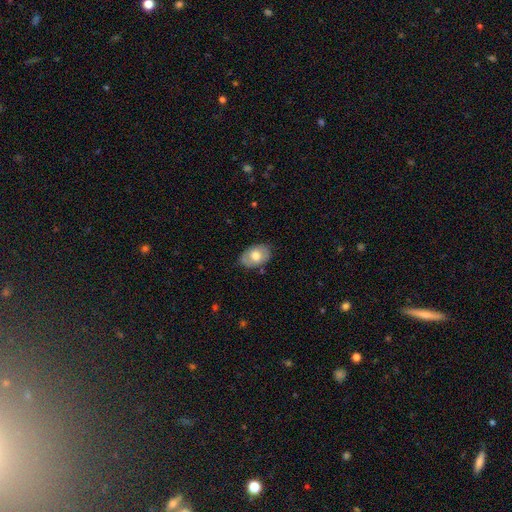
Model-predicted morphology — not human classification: smooth 63%, featured or disk 31%, star or artifact 6%. Down the decision tree: how rounded — in between (85%); merging — none (81%).